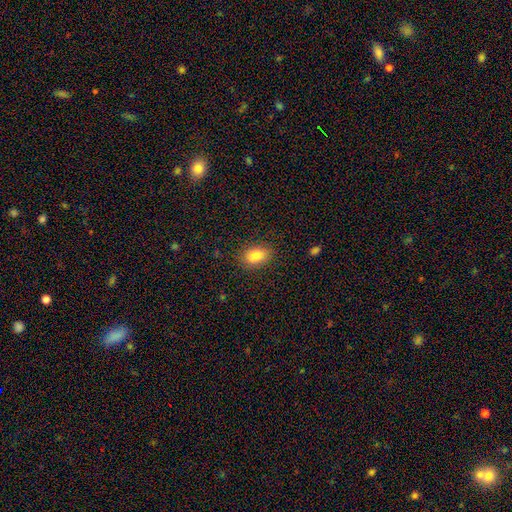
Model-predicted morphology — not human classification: smooth-or-featured: smooth: 84% | star or artifact: 9% | featured or disk: 7%
  how-rounded: in between: 83% | round: 16% | cigar-shaped: 2%
  merging: none: 86% | minor disturbance: 10% | major disturbance: 3% | merger: 1%